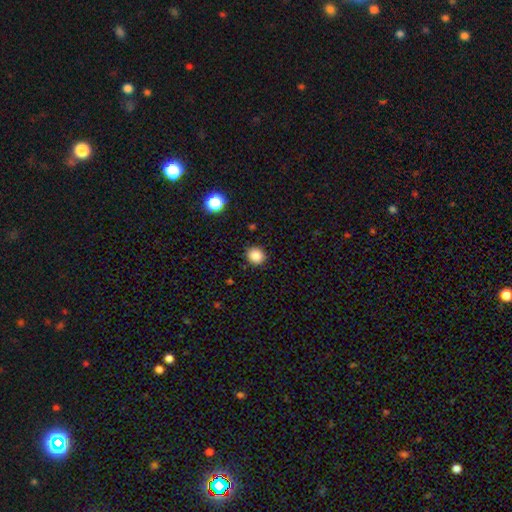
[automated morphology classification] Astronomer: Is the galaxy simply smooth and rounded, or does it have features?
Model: smooth — 86%.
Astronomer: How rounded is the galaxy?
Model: round — 87%.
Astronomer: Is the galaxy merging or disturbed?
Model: none — 90%.